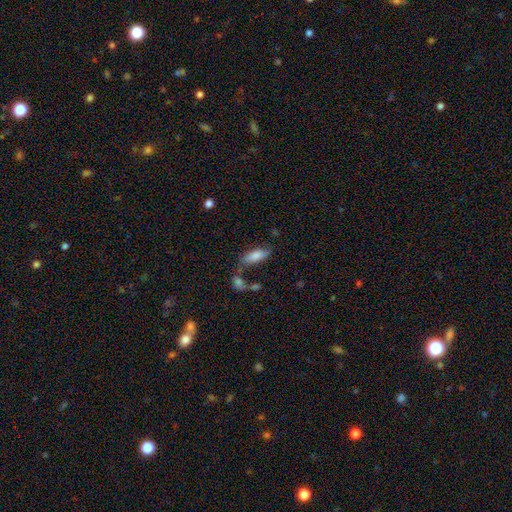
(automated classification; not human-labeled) Overall: smooth (80%). How rounded: in between (71%). Merging: none (57%; minor disturbance 21%).